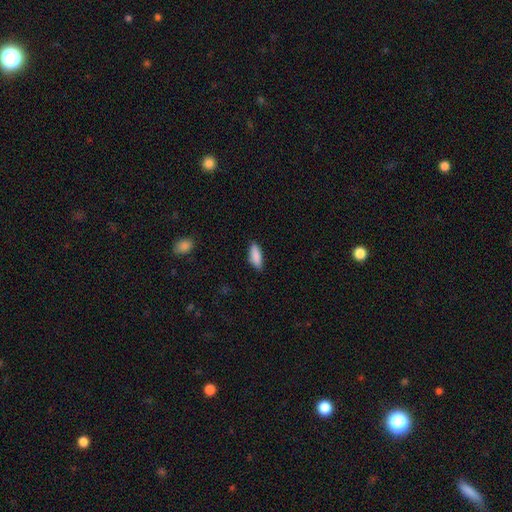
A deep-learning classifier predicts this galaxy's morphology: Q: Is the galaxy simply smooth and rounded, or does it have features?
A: smooth — 88%.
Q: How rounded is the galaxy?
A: in between — 70%.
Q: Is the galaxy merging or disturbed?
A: none — 83%.